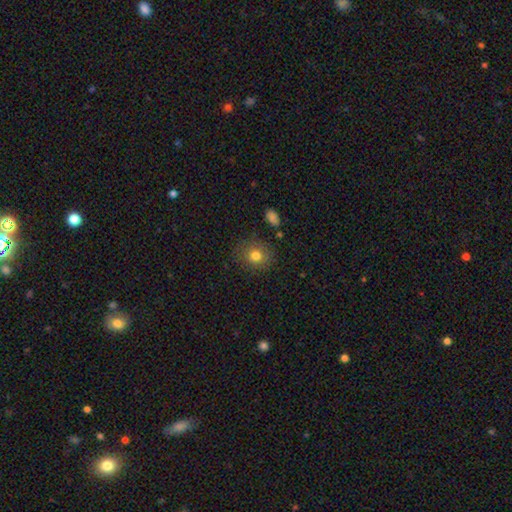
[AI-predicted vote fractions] A smooth galaxy with no disk features (77%) that is round (74%).

Vote fractions:
- Smooth or featured? smooth: 77% / star or artifact: 12% / featured or disk: 11%
- How rounded? round: 74% / in between: 25% / cigar-shaped: 1%
- Merging? none: 82% / minor disturbance: 12% / major disturbance: 4% / merger: 2%